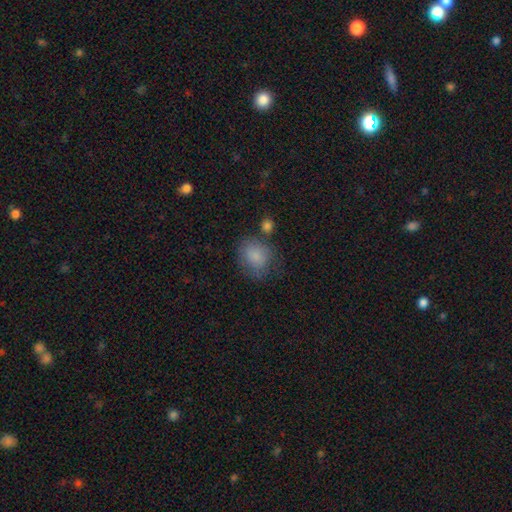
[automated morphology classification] A smooth galaxy with no disk features (82%) that is round (64%). Merging: none (61%).